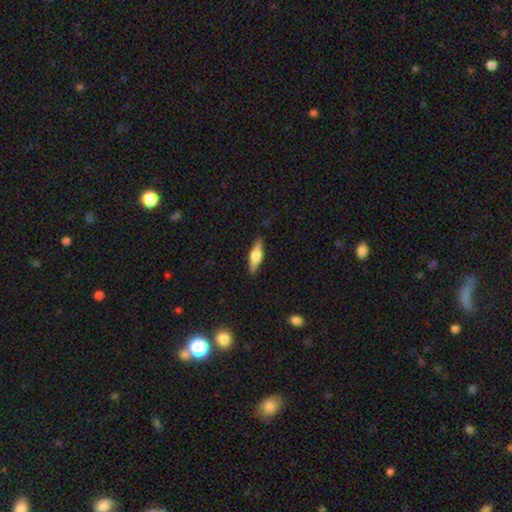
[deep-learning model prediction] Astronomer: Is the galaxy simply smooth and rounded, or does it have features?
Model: featured or disk — 50% (runner-up: smooth, 44%).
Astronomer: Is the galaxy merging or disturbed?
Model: none — 88%.